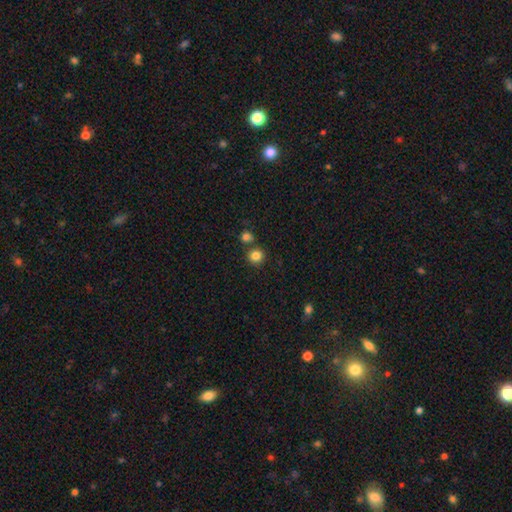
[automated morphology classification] Smooth or featured? Predicted: smooth (p=0.84). How rounded? Predicted: round (p=0.91). Merging? Predicted: none (p=0.75).